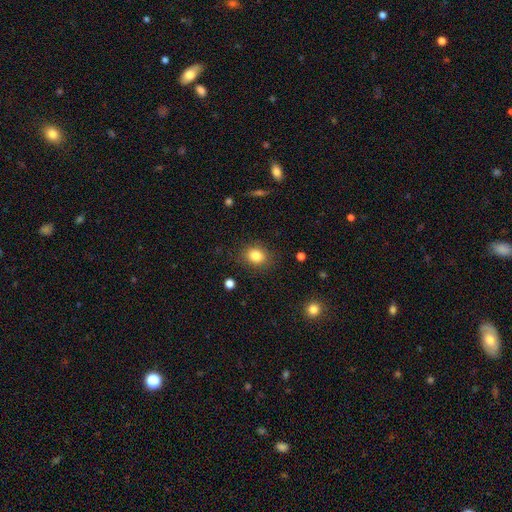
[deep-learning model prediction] Overall: smooth (84%). How rounded: in between (50%; round 49%). Merging: none (84%).